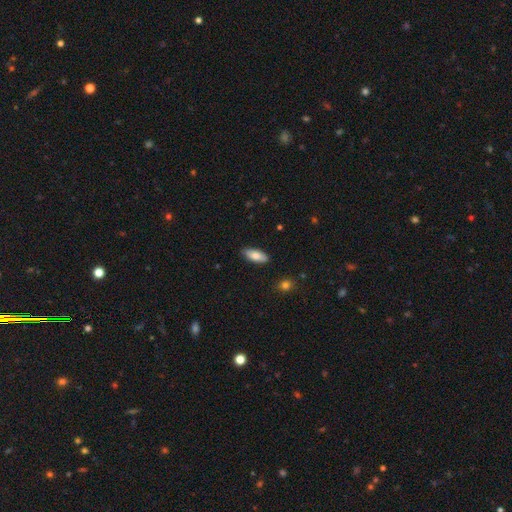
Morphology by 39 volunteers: Smooth or featured? 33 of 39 (85%) said smooth. How rounded? 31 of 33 (94%) said in between. Merging? 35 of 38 (92%) said none.